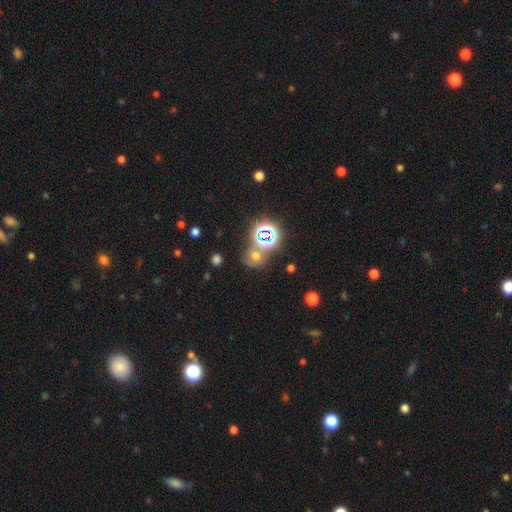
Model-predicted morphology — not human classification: type=smooth (45%); merging=none (55%).